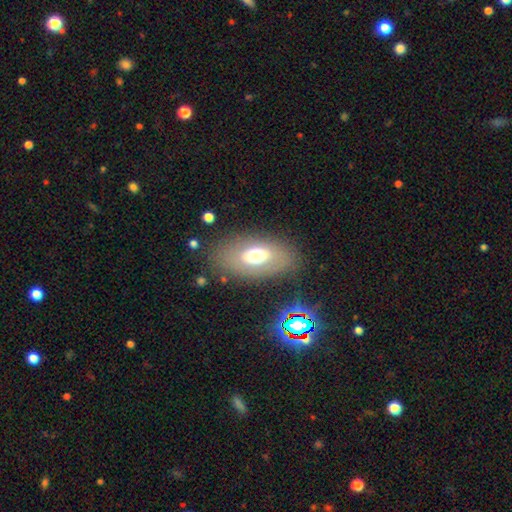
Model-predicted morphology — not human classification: Overall: smooth (57%; featured or disk 32%). How rounded: in between (88%). Merging: none (79%).